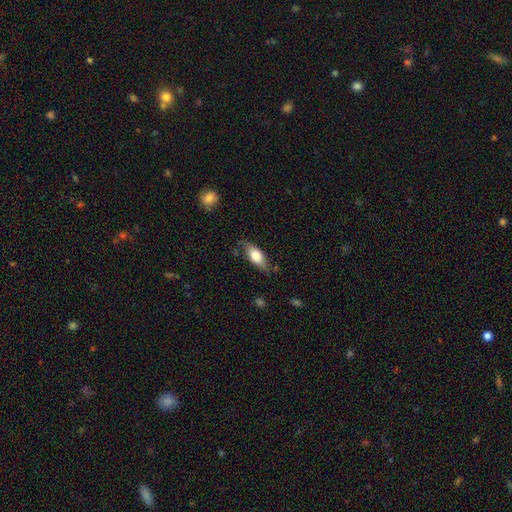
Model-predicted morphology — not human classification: A smooth galaxy with no disk features (71%) that is in between round and cigar-shaped (82%).

Vote fractions:
- Smooth or featured? smooth: 71% / featured or disk: 22% / star or artifact: 6%
- How rounded? in between: 82% / cigar-shaped: 14% / round: 4%
- Merging? none: 73% / minor disturbance: 21% / major disturbance: 4% / merger: 2%